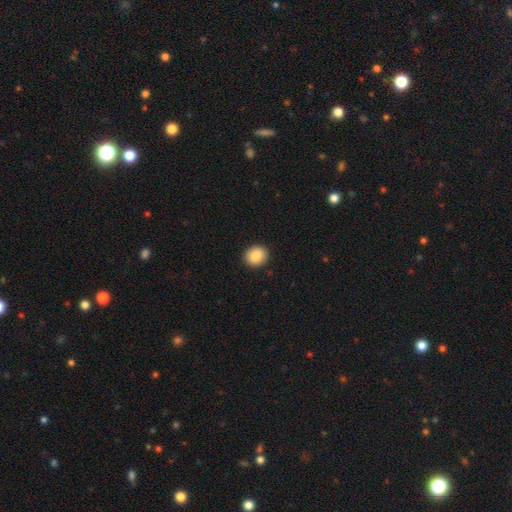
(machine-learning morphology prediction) smooth 88%, star or artifact 7%, featured or disk 4%. Down the decision tree: how rounded — round (70%); merging — none (92%).